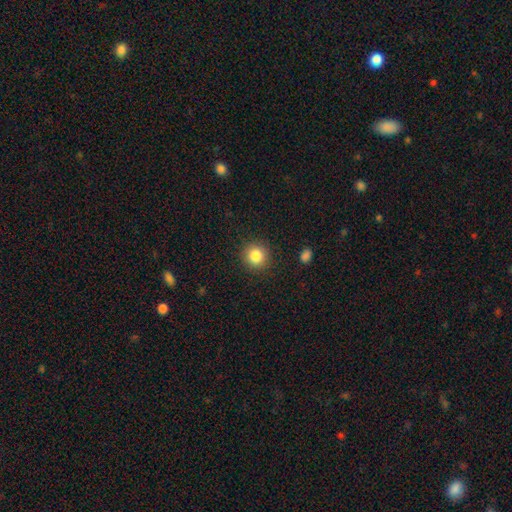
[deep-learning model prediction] Smooth or featured: smooth — 85% (star or artifact — 10%)
How rounded: round — 92% (in between — 7%)
Merging: none — 90% (minor disturbance — 6%)